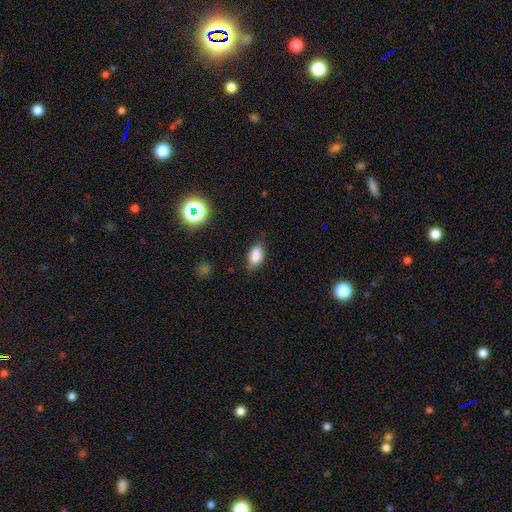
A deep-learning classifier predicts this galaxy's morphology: smooth 85%, star or artifact 10%, featured or disk 5%. Down the decision tree: how rounded — in between (90%); merging — none (73%).